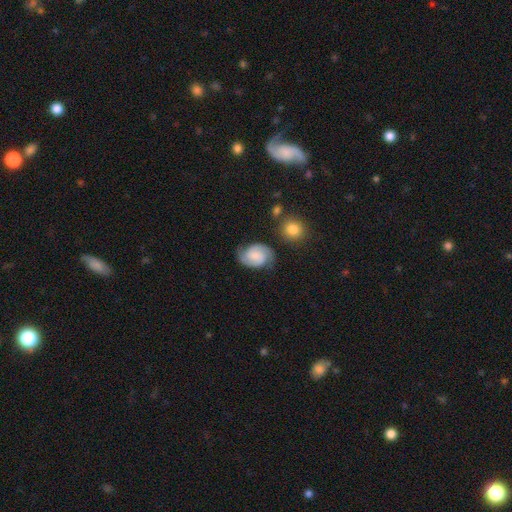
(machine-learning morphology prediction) A featured or disk galaxy (68%) with no bar (47%), 2 (89%) medium (47%) spiral arms (95%) and no central bulge (38%).

Vote fractions:
- Smooth or featured? featured or disk: 68% / smooth: 25% / star or artifact: 7%
- Edge-on disk? no: 98% / yes: 2%
- Bar? no: 47% / weak: 44% / strong: 10%
- Spiral arms? yes: 95% / no: 5%
- Spiral winding? medium: 47% / tight: 37% / loose: 15%
- Spiral arm count? 2: 89% / can't tell: 5% / 3: 2% / 1: 2% / 4: 1% / more than 4: 1%
- Bulge size? none: 38% / small: 30% / moderate: 22% / large: 8% / dominant: 3%
- Merging? none: 72% / minor disturbance: 19% / major disturbance: 6% / merger: 3%